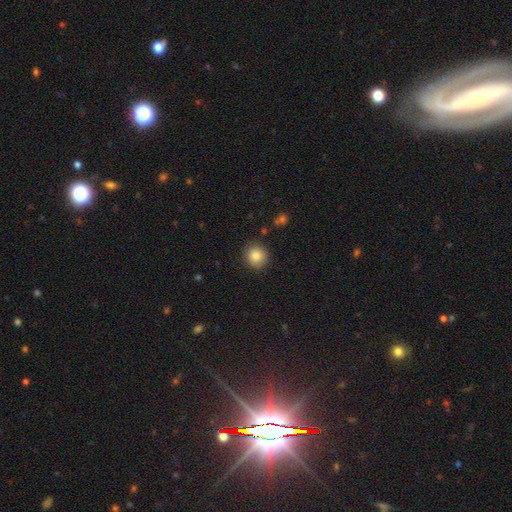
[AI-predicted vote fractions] A smooth galaxy with no disk features (84%) that is round (90%).

Vote fractions:
- Smooth or featured? smooth: 84% / star or artifact: 10% / featured or disk: 6%
- How rounded? round: 90% / in between: 9% / cigar-shaped: 1%
- Merging? none: 89% / minor disturbance: 7% / major disturbance: 2% / merger: 1%